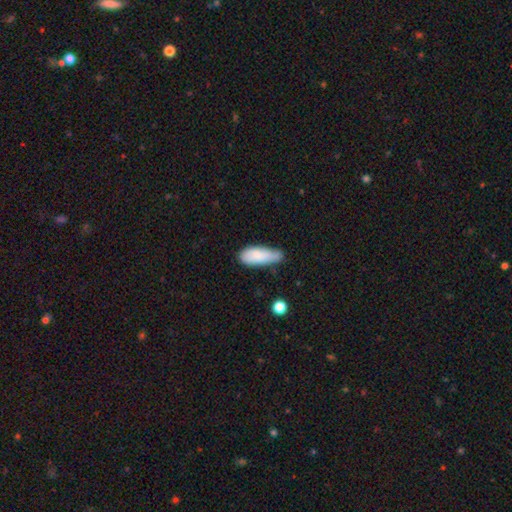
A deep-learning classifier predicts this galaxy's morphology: A smooth galaxy with no disk features (83%) that is in between round and cigar-shaped (69%).

Vote fractions:
- Smooth or featured? smooth: 83% / featured or disk: 11% / star or artifact: 7%
- How rounded? in between: 69% / cigar-shaped: 29% / round: 2%
- Merging? none: 49% / minor disturbance: 39% / major disturbance: 8% / merger: 4%